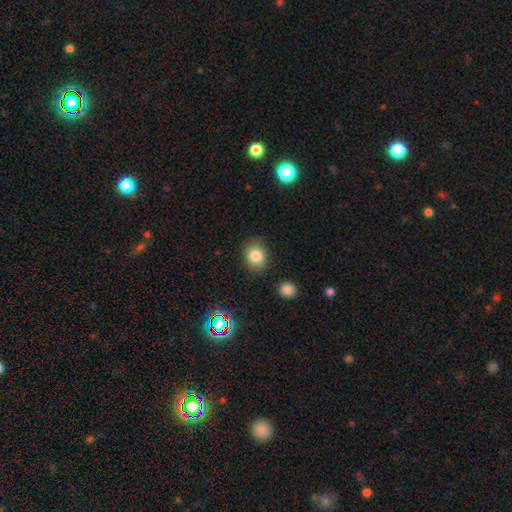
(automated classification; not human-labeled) smooth 82%, star or artifact 11%, featured or disk 7%. Down the decision tree: how rounded — round (52%); merging — none (85%).